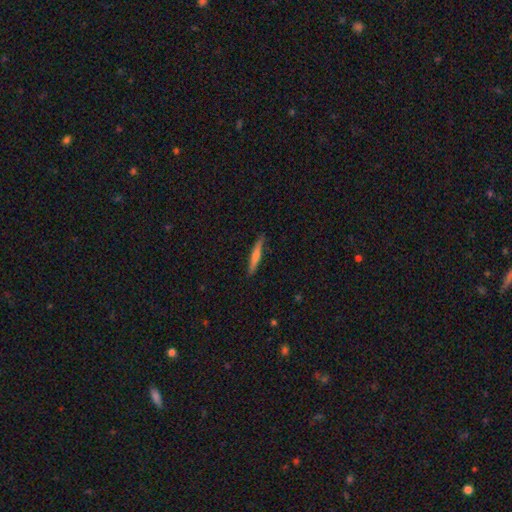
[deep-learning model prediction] featured or disk 51%, smooth 43%, star or artifact 6%. Down the decision tree: edge-on disk — yes (96%); merging — none (90%).